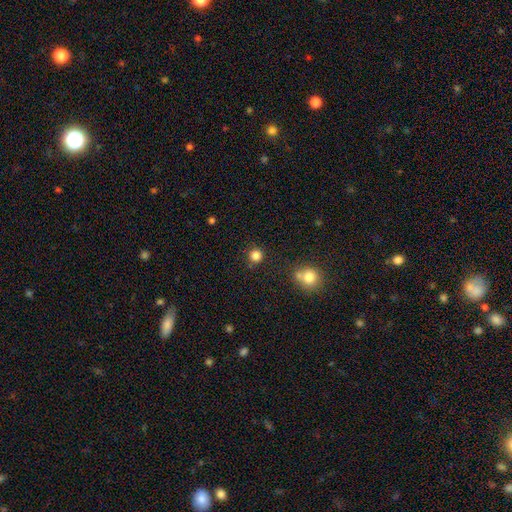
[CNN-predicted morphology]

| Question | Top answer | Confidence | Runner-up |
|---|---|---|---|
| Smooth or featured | smooth | 83% | star or artifact (13%) |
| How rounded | round | 93% | in between (6%) |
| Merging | none | 84% | minor disturbance (8%) |